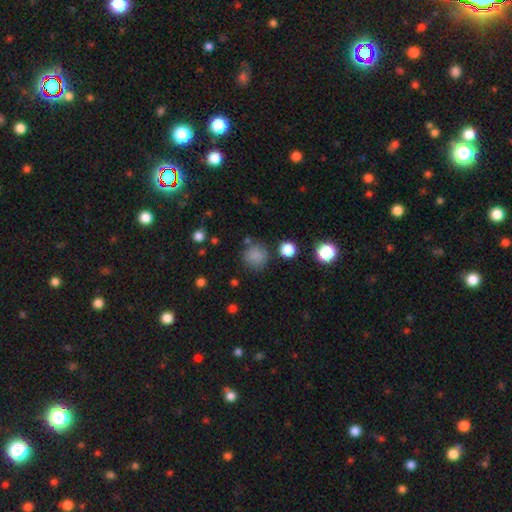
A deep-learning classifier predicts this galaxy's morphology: type=smooth (82%); roundness=round (90%); merging=none (80%).